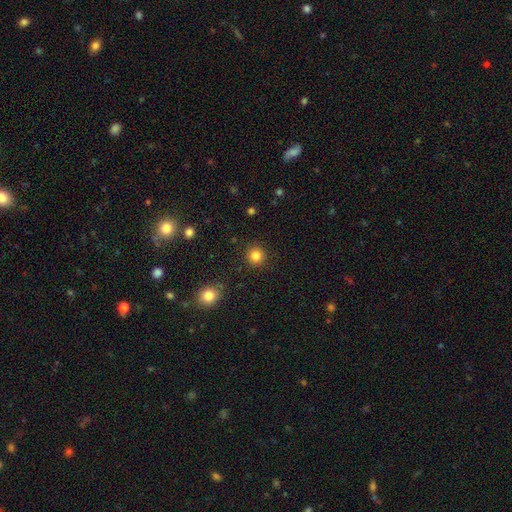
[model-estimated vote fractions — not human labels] A smooth galaxy with no disk features (84%) that is round (94%). Merging: none (91%).